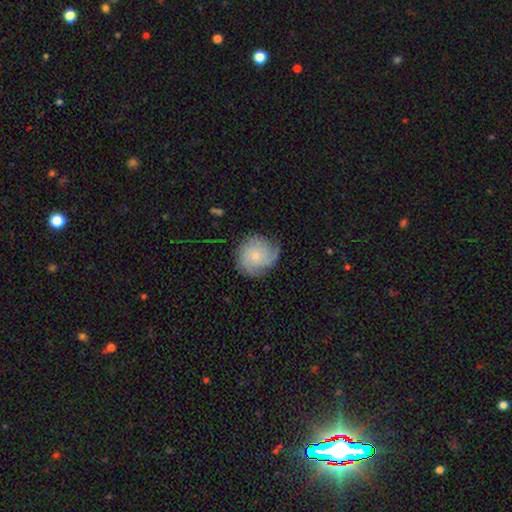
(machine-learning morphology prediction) A featured or disk galaxy (54%) with no bar (82%), spiral arms (88%) and a small central bulge (68%).

Vote fractions:
- Smooth or featured? featured or disk: 54% / smooth: 38% / star or artifact: 8%
- Edge-on disk? no: 98% / yes: 2%
- Bar? no: 82% / weak: 16% / strong: 2%
- Spiral arms? yes: 88% / no: 12%
- Bulge size? small: 68% / moderate: 25% / none: 4% / large: 2% / dominant: 1%
- Merging? none: 70% / minor disturbance: 21% / major disturbance: 7% / merger: 1%